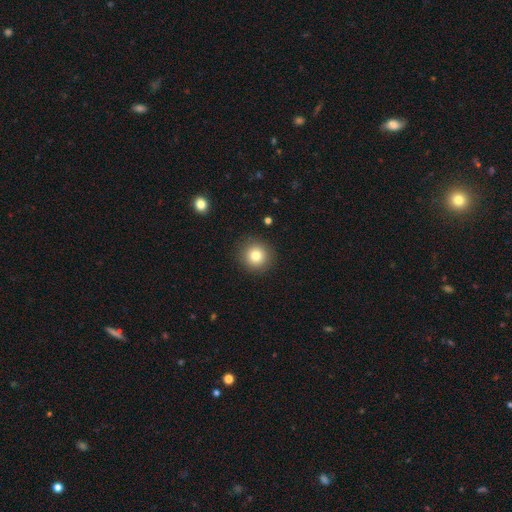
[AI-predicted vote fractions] smooth-or-featured: smooth: 80% | star or artifact: 11% | featured or disk: 9%
  how-rounded: round: 94% | in between: 5% | cigar-shaped: 1%
  merging: none: 90% | minor disturbance: 6% | major disturbance: 2% | merger: 1%